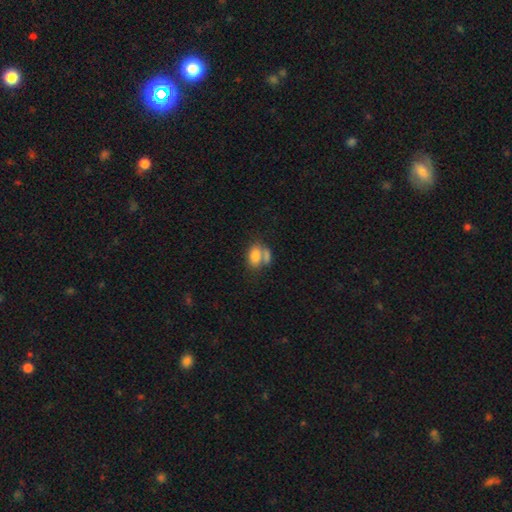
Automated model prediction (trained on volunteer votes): The model was most divided on "merging": merger: 50%, none: 31%, minor disturbance: 11%, major disturbance: 7%. More confident: how rounded — in between (84%); smooth or featured — smooth (80%).